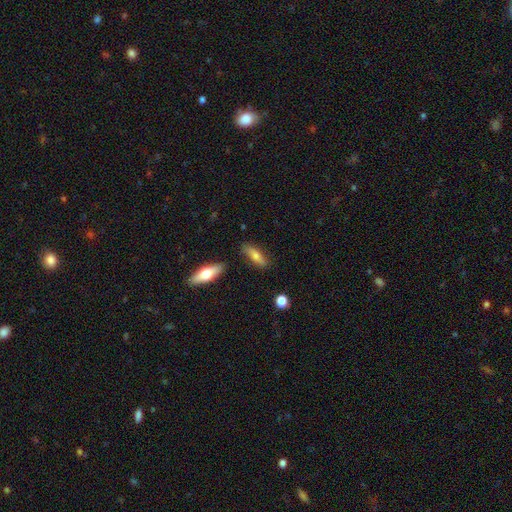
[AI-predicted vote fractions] Smooth or featured? smooth (64%)
How rounded? cigar-shaped (50%)
Merging? none (79%)